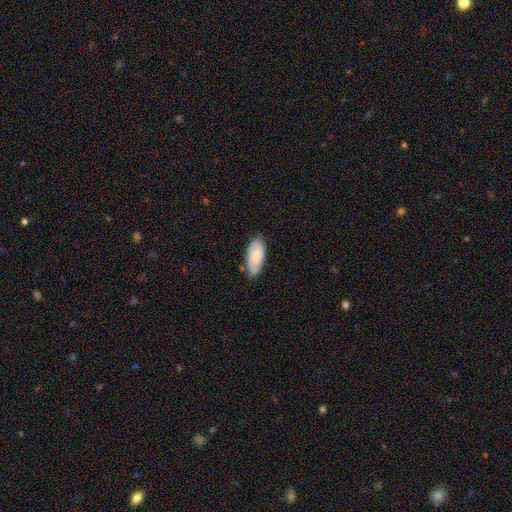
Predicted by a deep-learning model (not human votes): The model was most divided on "smooth or featured": smooth: 65%, featured or disk: 28%, star or artifact: 6%. More confident: how rounded — in between (89%); merging — none (71%).